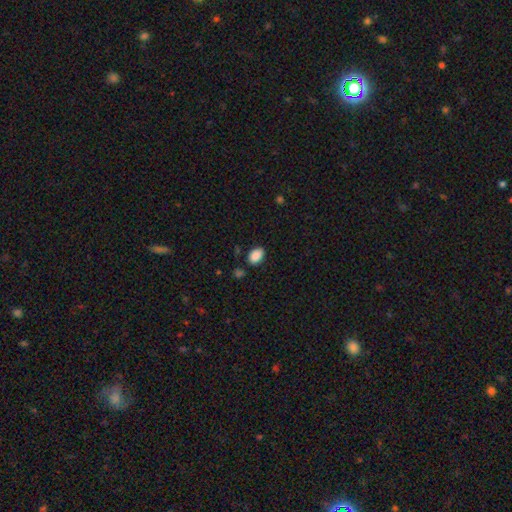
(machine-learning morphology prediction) Smooth or featured?
  - smooth: 89% *
  - star or artifact: 8%
  - featured or disk: 3%
How rounded?
  - in between: 87% *
  - round: 11%
  - cigar-shaped: 1%
Merging?
  - none: 82% *
  - minor disturbance: 12%
  - merger: 3%
  - major disturbance: 3%